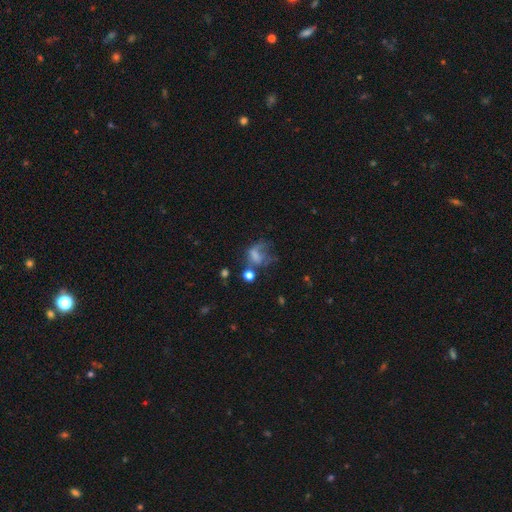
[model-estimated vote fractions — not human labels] This is possibly a smooth galaxy (49%). Merging: possibly major disturbance (46%).